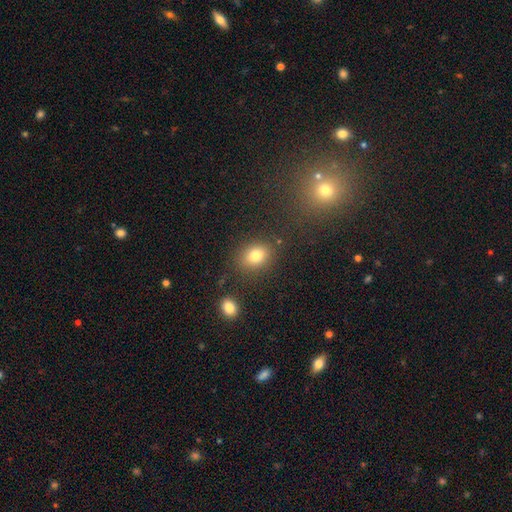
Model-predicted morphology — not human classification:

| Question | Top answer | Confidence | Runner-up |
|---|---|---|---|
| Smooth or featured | smooth | 80% | star or artifact (11%) |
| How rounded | in between | 56% | round (42%) |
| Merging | none | 80% | minor disturbance (11%) |